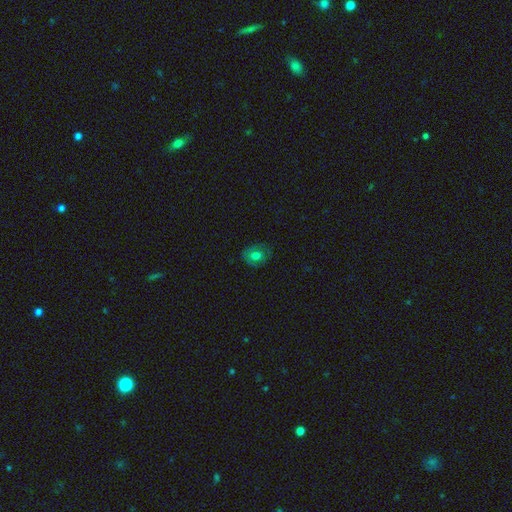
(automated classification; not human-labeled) This appears to be a smooth galaxy with no disk features (68%) that is round (56%). Merging: none (75%).